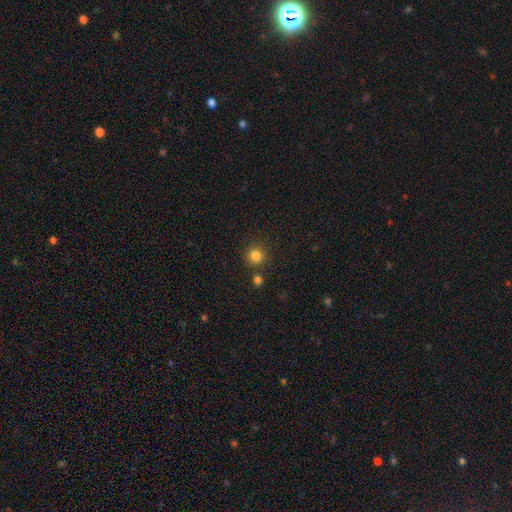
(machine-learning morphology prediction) type=smooth (82%); roundness=round (92%); merging=none (82%).